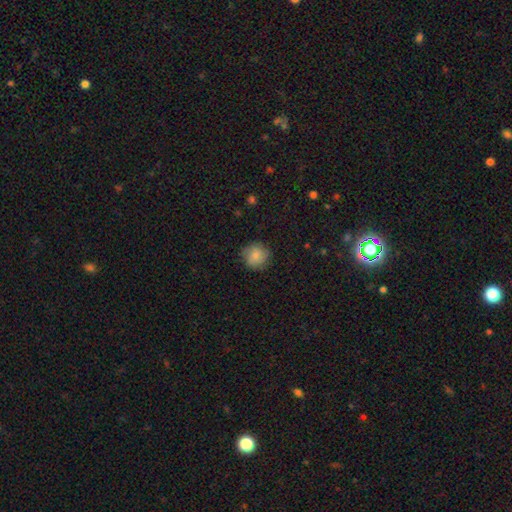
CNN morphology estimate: The model was most divided on "smooth or featured": smooth: 81%, featured or disk: 11%, star or artifact: 8%. More confident: how rounded — round (91%); merging — none (83%).